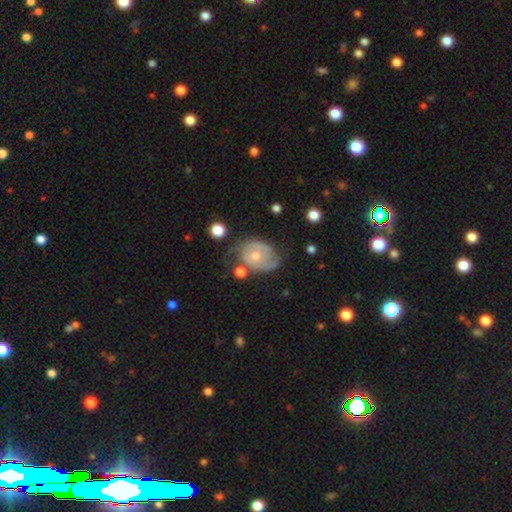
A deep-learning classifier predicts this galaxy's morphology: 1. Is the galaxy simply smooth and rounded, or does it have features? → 70% featured or disk, 24% smooth, 6% star or artifact.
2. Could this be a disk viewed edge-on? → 97% no, 3% yes.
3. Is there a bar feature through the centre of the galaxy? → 73% no, 23% weak, 3% strong.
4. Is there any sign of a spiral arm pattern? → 82% yes, 18% no.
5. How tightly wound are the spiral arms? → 45% tight, 38% medium, 17% loose.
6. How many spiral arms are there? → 62% 2, 21% can't tell, 10% 1, 4% 3, 2% 4, 2% more than 4.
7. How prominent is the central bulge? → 53% moderate, 41% small, 3% large, 3% none, 1% dominant.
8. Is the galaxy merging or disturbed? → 48% none, 28% minor disturbance, 17% major disturbance, 8% merger.